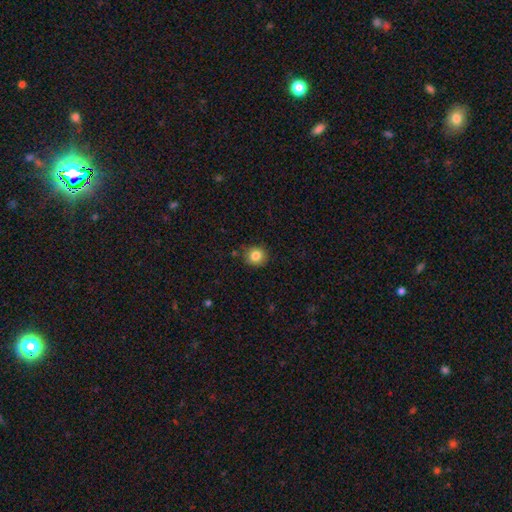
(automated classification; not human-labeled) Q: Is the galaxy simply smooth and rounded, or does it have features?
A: smooth — 84%.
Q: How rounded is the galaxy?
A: round — 90%.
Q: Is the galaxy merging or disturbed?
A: none — 84%.